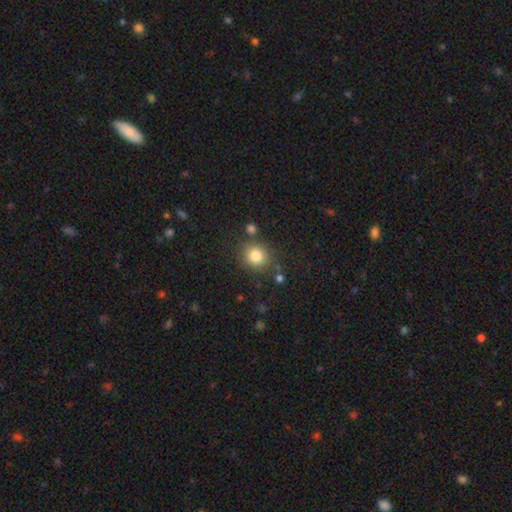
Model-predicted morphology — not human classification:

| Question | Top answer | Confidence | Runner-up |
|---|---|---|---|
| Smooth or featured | smooth | 82% | star or artifact (11%) |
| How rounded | round | 85% | in between (14%) |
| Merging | none | 80% | minor disturbance (10%) |